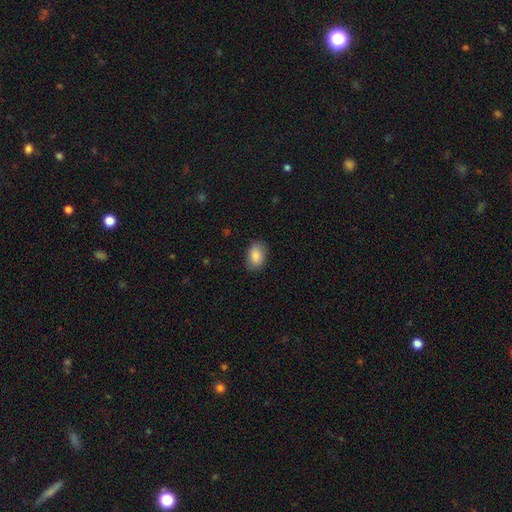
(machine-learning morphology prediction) Q: Smooth or featured?
A: smooth (88%); runner-up: star or artifact (7%)
Q: How rounded?
A: in between (86%); runner-up: round (13%)
Q: Merging?
A: none (83%); runner-up: minor disturbance (13%)